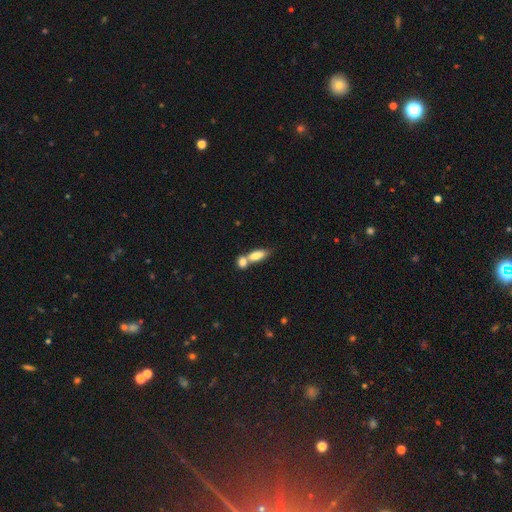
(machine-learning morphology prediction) Smooth or featured?
  - smooth: 79% *
  - featured or disk: 14%
  - star or artifact: 7%
How rounded?
  - in between: 76% *
  - cigar-shaped: 19%
  - round: 5%
Merging?
  - merger: 61% *
  - none: 27%
  - minor disturbance: 8%
  - major disturbance: 4%